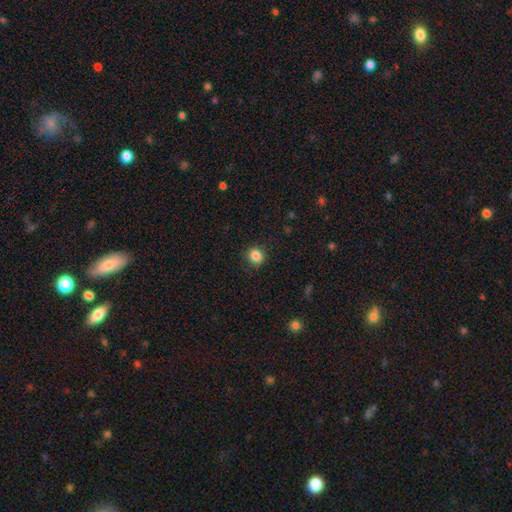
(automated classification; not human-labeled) A smooth galaxy with no disk features (85%) that is round (86%).

Vote fractions:
- Smooth or featured? smooth: 85% / star or artifact: 11% / featured or disk: 4%
- How rounded? round: 86% / in between: 13% / cigar-shaped: 1%
- Merging? none: 89% / minor disturbance: 7% / major disturbance: 2% / merger: 1%